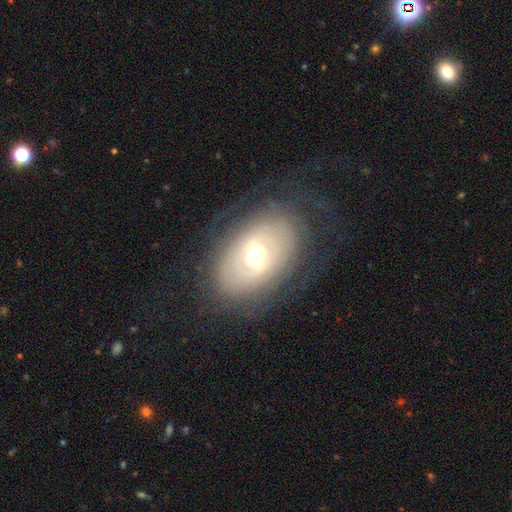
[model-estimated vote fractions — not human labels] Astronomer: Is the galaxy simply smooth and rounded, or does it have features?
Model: featured or disk — 70%.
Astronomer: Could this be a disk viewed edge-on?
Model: no — 93%.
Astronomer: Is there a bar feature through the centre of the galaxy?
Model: no — 44% (runner-up: weak, 36%).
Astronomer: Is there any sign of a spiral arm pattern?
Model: yes — 52% (runner-up: no, 48%).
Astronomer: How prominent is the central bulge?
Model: moderate — 69%.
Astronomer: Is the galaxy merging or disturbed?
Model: none — 71%.